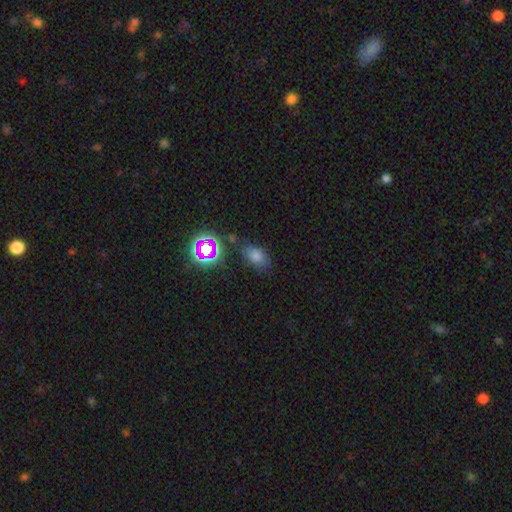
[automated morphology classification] The model was most divided on "smooth or featured": smooth: 65%, star or artifact: 25%, featured or disk: 11%. More confident: how rounded — in between (82%); merging — none (72%).